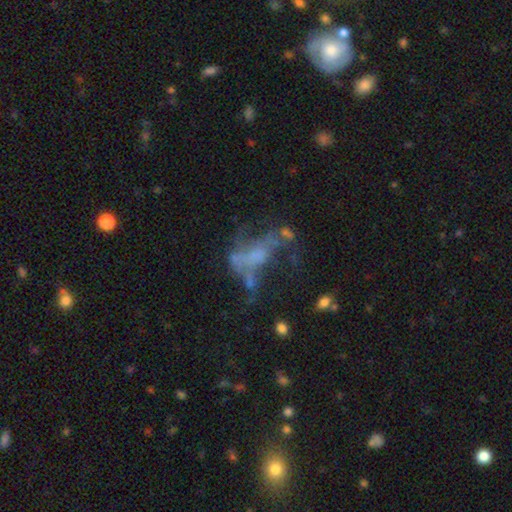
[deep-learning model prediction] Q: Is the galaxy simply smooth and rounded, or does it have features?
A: featured or disk — 57%.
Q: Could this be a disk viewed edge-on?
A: no — 93%.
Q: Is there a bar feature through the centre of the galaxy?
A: no — 77%.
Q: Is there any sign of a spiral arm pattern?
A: no — 76%.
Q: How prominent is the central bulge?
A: none — 61%.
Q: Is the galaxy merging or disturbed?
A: major disturbance — 39%.